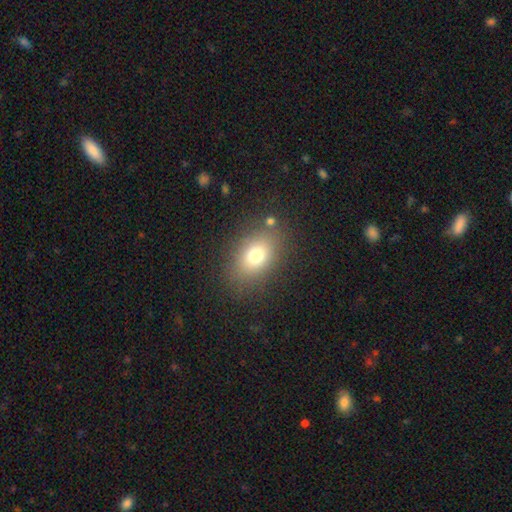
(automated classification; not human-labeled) Q: Smooth or featured?
A: smooth (75%); runner-up: star or artifact (13%)
Q: How rounded?
A: in between (71%); runner-up: round (28%)
Q: Merging?
A: none (80%); runner-up: minor disturbance (11%)